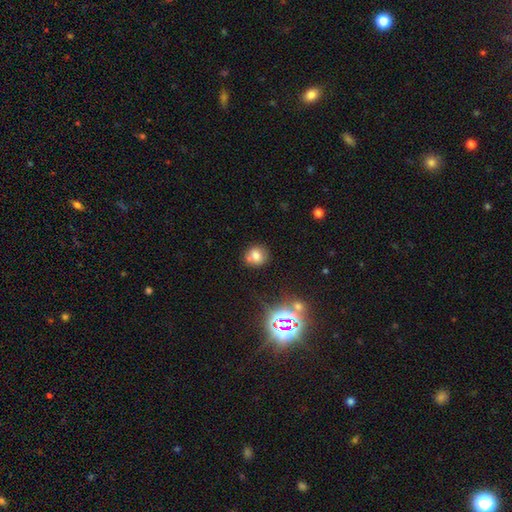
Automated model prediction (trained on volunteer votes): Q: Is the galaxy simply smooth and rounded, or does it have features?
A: smooth — 72%.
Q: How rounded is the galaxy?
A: round — 79%.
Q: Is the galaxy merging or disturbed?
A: none — 65%.